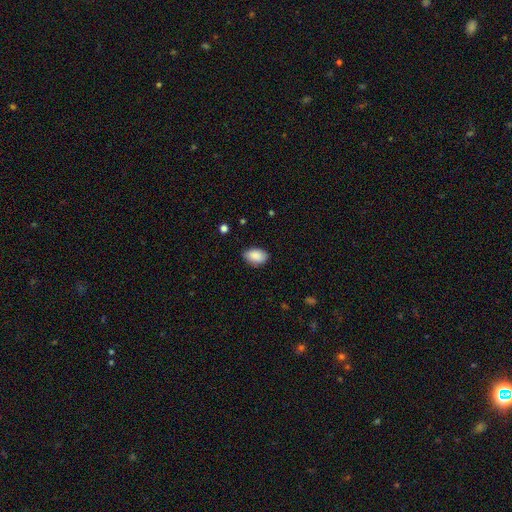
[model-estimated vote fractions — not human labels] Smooth or featured? smooth (89%)
How rounded? in between (90%)
Merging? none (81%)